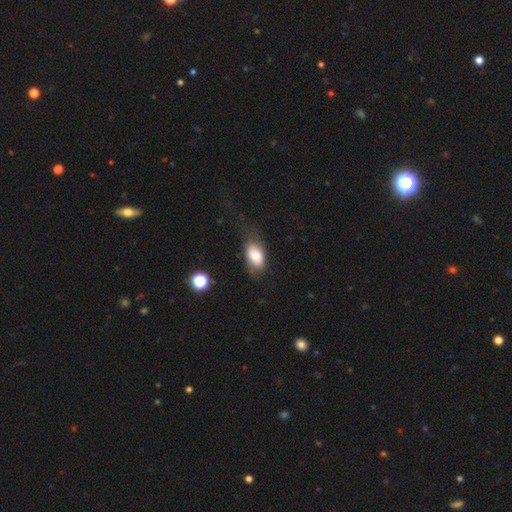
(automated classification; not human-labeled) A smooth galaxy with no disk features (73%) that is in between round and cigar-shaped (89%). Merging: none (56%).